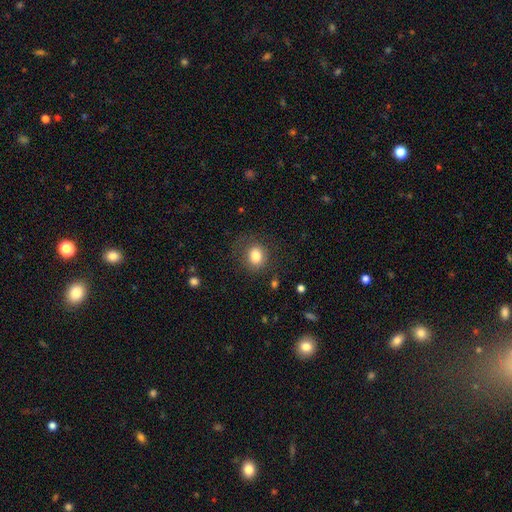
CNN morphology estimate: A smooth galaxy with no disk features (81%) that is round (68%).

Vote fractions:
- Smooth or featured? smooth: 81% / star or artifact: 10% / featured or disk: 8%
- How rounded? round: 68% / in between: 31% / cigar-shaped: 1%
- Merging? none: 78% / minor disturbance: 14% / major disturbance: 7% / merger: 2%